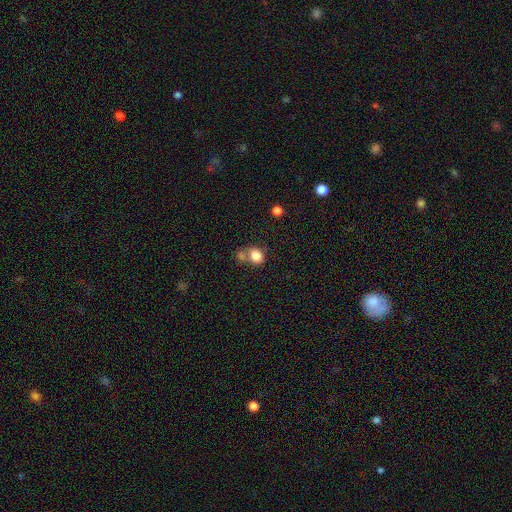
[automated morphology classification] This appears to be a smooth galaxy with no disk features (82%) that is round (54%). Merging: merger (43%).